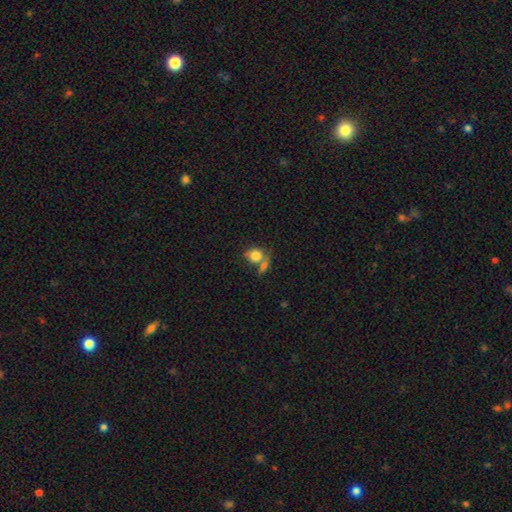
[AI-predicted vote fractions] A smooth galaxy with no disk features (81%) that is round (68%). Merging: none (45%).